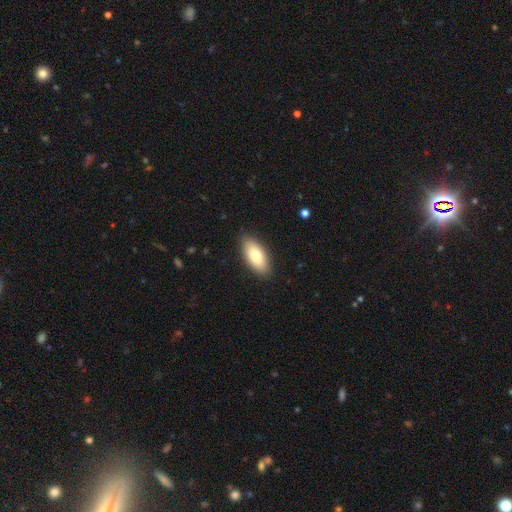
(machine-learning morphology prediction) Overall: smooth (78%). How rounded: in between (89%). Merging: none (87%).